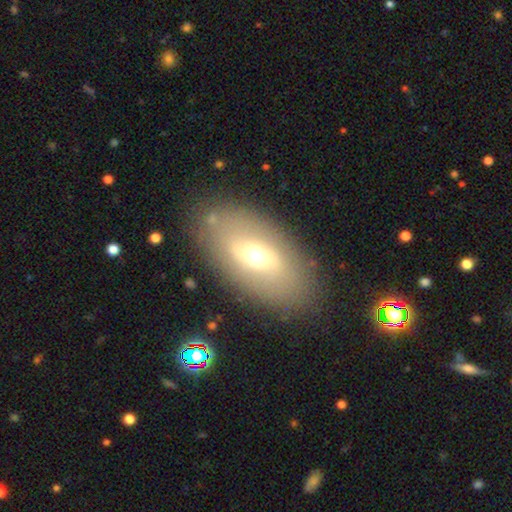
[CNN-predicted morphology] Smooth or featured: smooth — 49% (featured or disk — 42%)
Merging: none — 83% (minor disturbance — 11%)